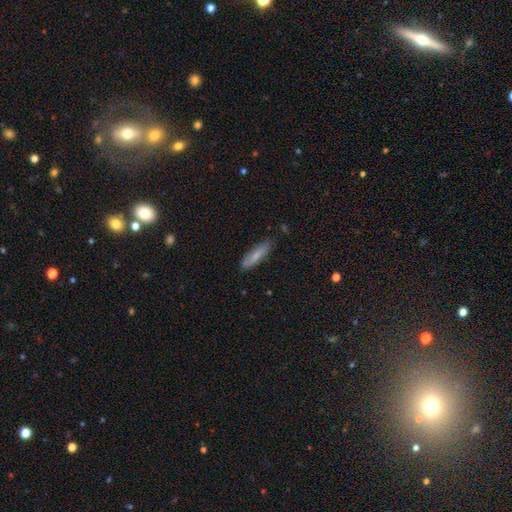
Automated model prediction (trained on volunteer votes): Smooth or featured: smooth — 71% (featured or disk — 22%)
How rounded: cigar-shaped — 70% (in between — 28%)
Merging: none — 82% (minor disturbance — 14%)